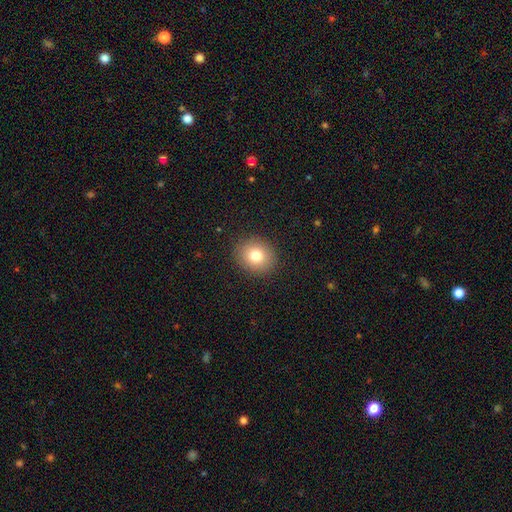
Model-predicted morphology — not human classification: Smooth or featured: smooth — 79% (star or artifact — 11%)
How rounded: round — 75% (in between — 24%)
Merging: none — 89% (minor disturbance — 7%)